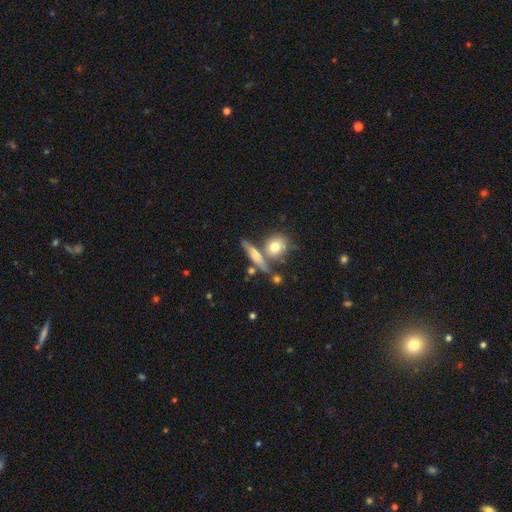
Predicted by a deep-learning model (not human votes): smooth-or-featured: smooth: 52% | featured or disk: 39% | star or artifact: 8%
  how-rounded: cigar-shaped: 64% | in between: 24% | round: 12%
  merging: none: 62% | merger: 18% | minor disturbance: 14% | major disturbance: 5%